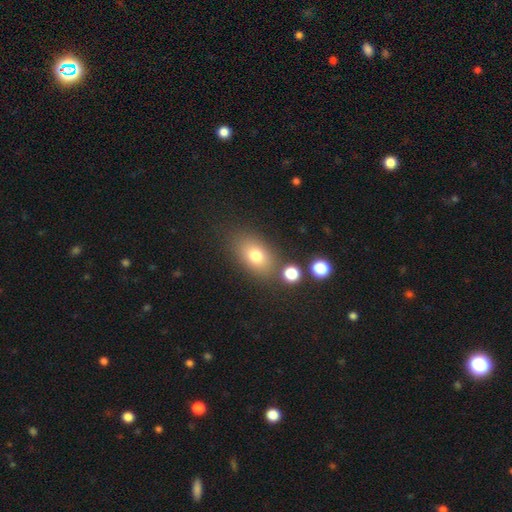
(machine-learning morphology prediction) Q: Smooth or featured?
A: smooth (76%); runner-up: featured or disk (12%)
Q: How rounded?
A: in between (79%); runner-up: round (19%)
Q: Merging?
A: none (76%); runner-up: minor disturbance (12%)